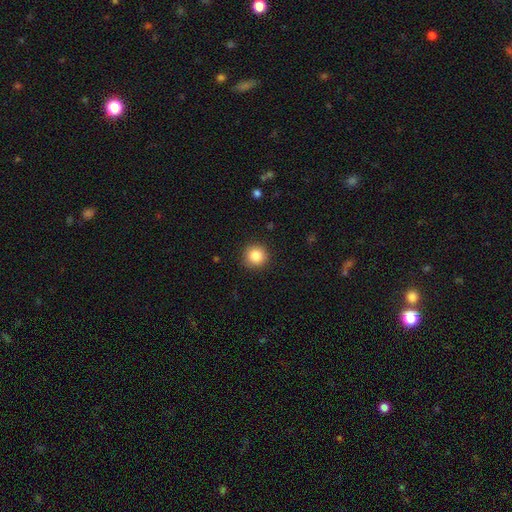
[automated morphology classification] A smooth galaxy with no disk features (85%) that is round (94%).

Vote fractions:
- Smooth or featured? smooth: 85% / star or artifact: 10% / featured or disk: 5%
- How rounded? round: 94% / in between: 5% / cigar-shaped: 1%
- Merging? none: 91% / minor disturbance: 6% / major disturbance: 2% / merger: 1%